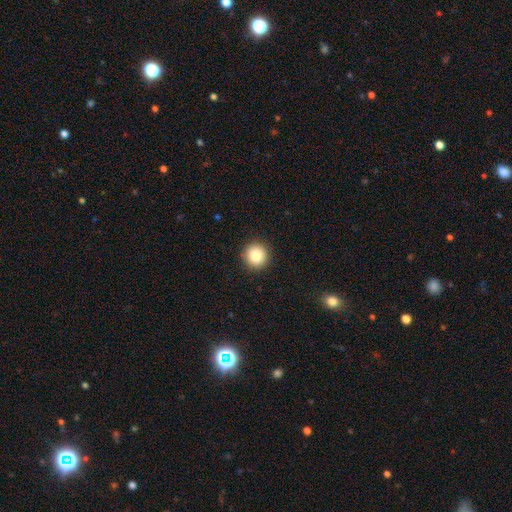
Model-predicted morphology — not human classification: smooth_or_featured: smooth (p=0.86) [alt: star or artifact p=0.09]
how_rounded: round (p=0.94) [alt: in between p=0.05]
merging: none (p=0.92) [alt: minor disturbance p=0.05]